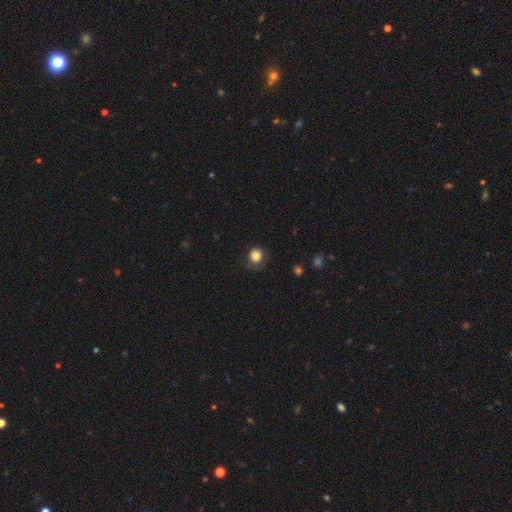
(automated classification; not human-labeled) This appears to be a smooth galaxy with no disk features (83%) that is round (86%). Merging: none (76%).